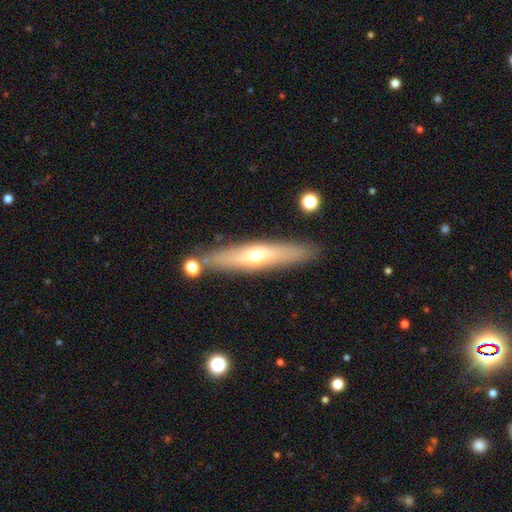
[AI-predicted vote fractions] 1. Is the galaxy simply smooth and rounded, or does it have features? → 50% featured or disk, 43% smooth, 6% star or artifact.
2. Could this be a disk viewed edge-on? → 79% yes, 21% no.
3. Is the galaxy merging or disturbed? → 83% none, 10% minor disturbance, 4% merger, 3% major disturbance.